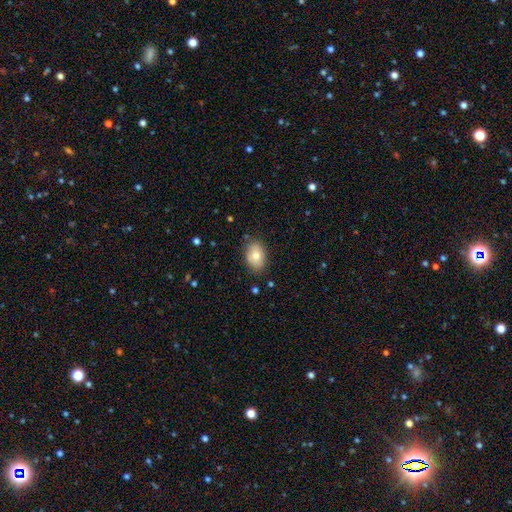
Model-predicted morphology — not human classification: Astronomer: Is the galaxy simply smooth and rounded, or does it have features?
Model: smooth — 77%.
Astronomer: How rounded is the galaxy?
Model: in between — 78%.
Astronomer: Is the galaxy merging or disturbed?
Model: none — 83%.